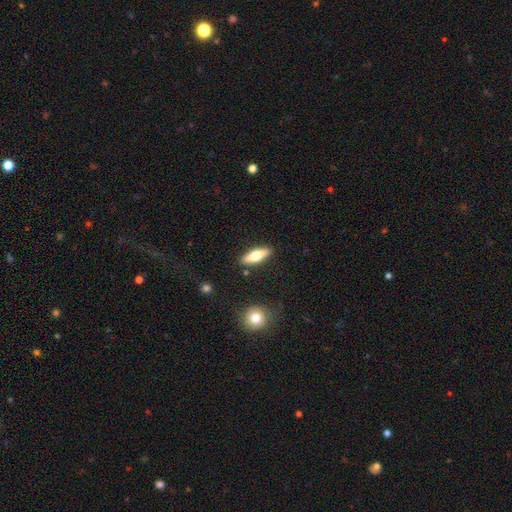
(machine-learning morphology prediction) Smooth or featured?
  - smooth: 60% *
  - featured or disk: 35%
  - star or artifact: 6%
How rounded?
  - in between: 49% *
  - cigar-shaped: 48%
  - round: 3%
Merging?
  - none: 88% *
  - minor disturbance: 8%
  - merger: 2%
  - major disturbance: 2%